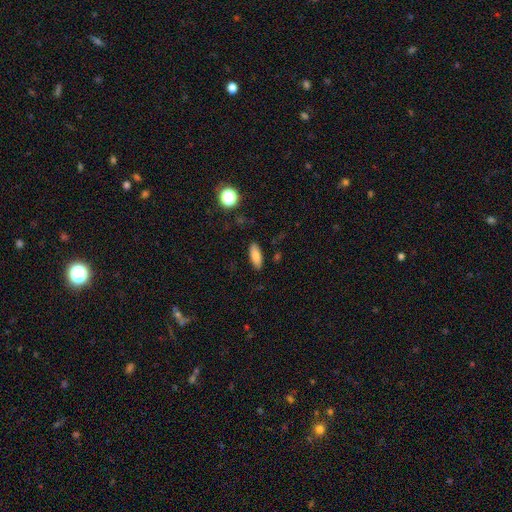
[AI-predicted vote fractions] Smooth or featured: smooth — 82% (featured or disk — 9%)
How rounded: in between — 72% (cigar-shaped — 25%)
Merging: none — 87% (minor disturbance — 9%)